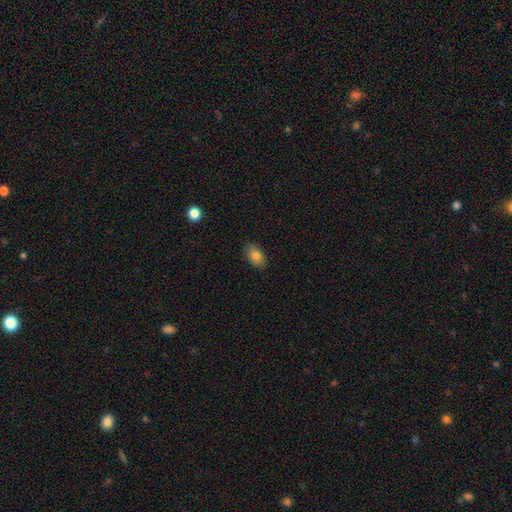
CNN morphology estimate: This appears to be a smooth galaxy with no disk features (82%) that is in between round and cigar-shaped (90%). Merging: none (84%).